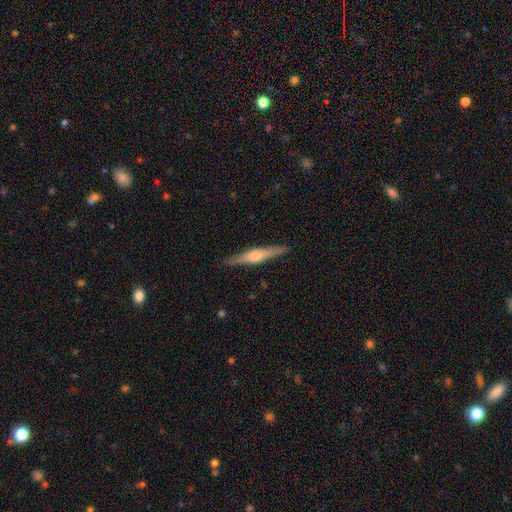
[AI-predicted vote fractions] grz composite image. It shows a featured or disk galaxy (71%) viewed edge-on (98%) with a rounded central bulge (86%). Merging: none (91%).